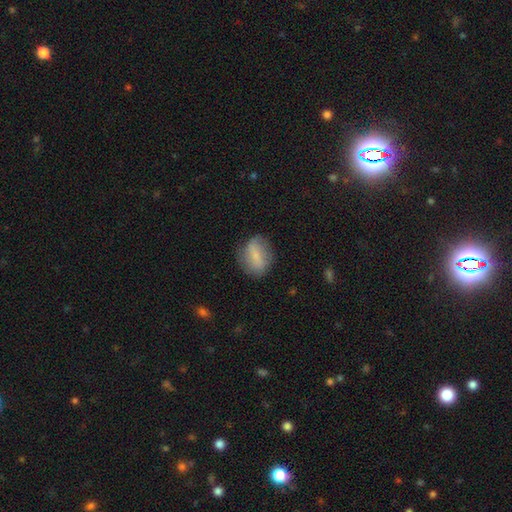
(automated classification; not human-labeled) Smooth or featured? smooth (63%)
How rounded? in between (60%)
Merging? none (70%)